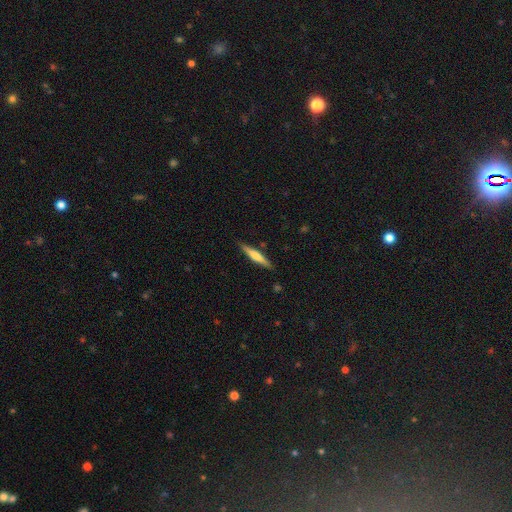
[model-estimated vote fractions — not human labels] This is possibly a featured or disk galaxy (52%). It is clearly viewed edge-on (97%). Edge-on bulge: likely rounded (67%). Merging: clearly none (88%).